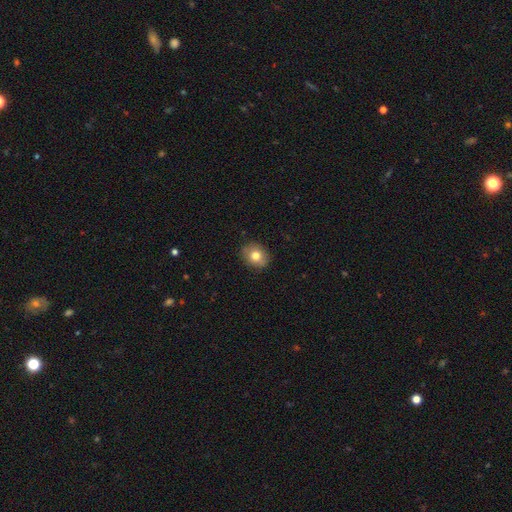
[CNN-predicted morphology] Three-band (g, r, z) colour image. It shows a smooth galaxy with no disk features (77%) that is round (57%). Merging: none (88%).